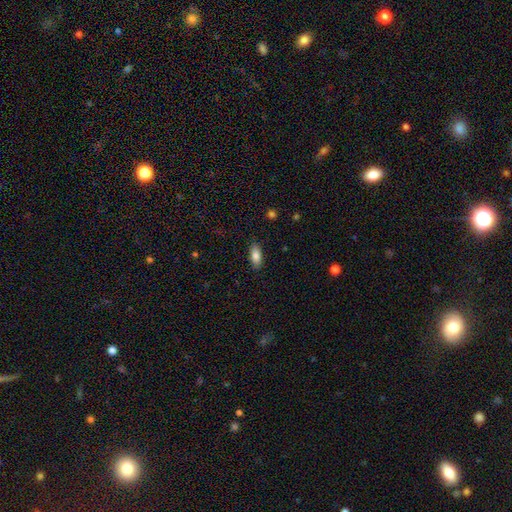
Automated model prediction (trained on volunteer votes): A smooth galaxy with no disk features (82%) that is in between round and cigar-shaped (82%).

Vote fractions:
- Smooth or featured? smooth: 82% / featured or disk: 11% / star or artifact: 7%
- How rounded? in between: 82% / cigar-shaped: 16% / round: 2%
- Merging? none: 87% / minor disturbance: 10% / major disturbance: 2% / merger: 1%